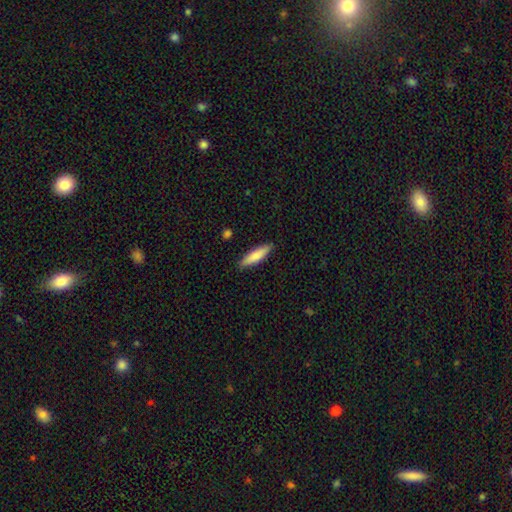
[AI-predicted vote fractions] This is clearly a smooth galaxy (80%). How rounded: likely cigar-shaped (72%). Merging: clearly none (89%).